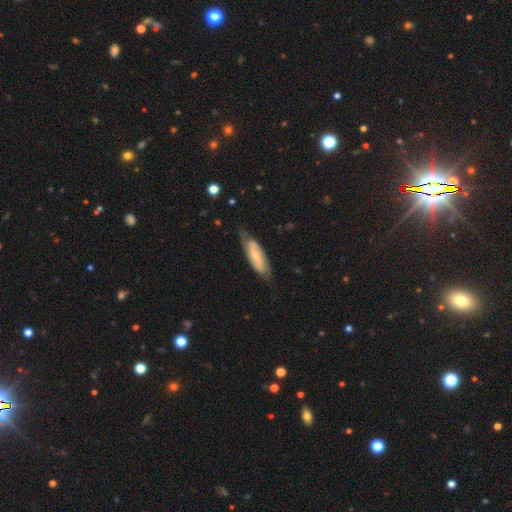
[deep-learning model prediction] Smooth or featured? Predicted: featured or disk (p=0.53). Edge-on disk? Predicted: no (p=0.78). Merging? Predicted: none (p=0.67).